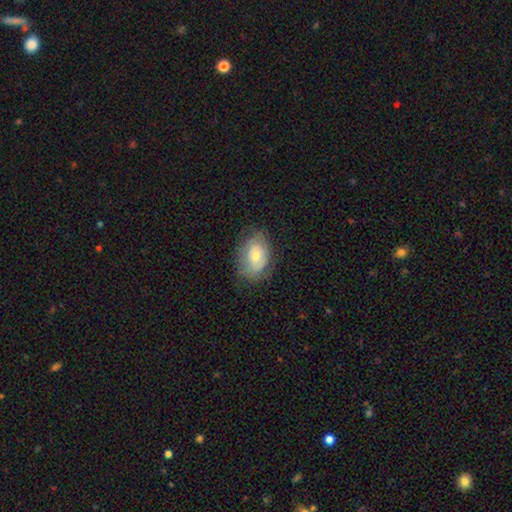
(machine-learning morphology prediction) Overall: smooth (55%; featured or disk 37%). How rounded: in between (78%). Merging: none (69%).